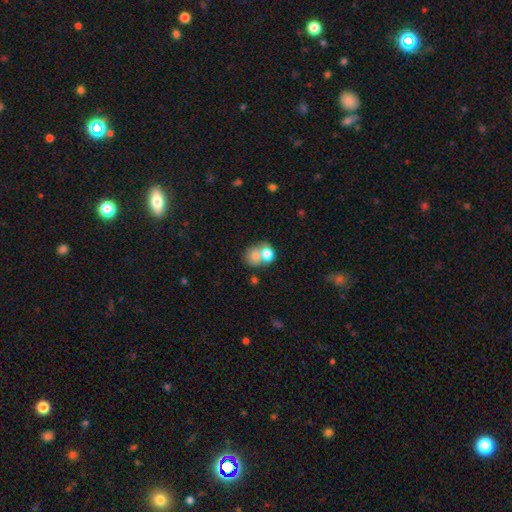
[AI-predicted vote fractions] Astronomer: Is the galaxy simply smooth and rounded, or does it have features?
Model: smooth — 73%.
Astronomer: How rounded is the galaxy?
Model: round — 65%.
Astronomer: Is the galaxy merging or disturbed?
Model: merger — 56% (runner-up: none, 31%).